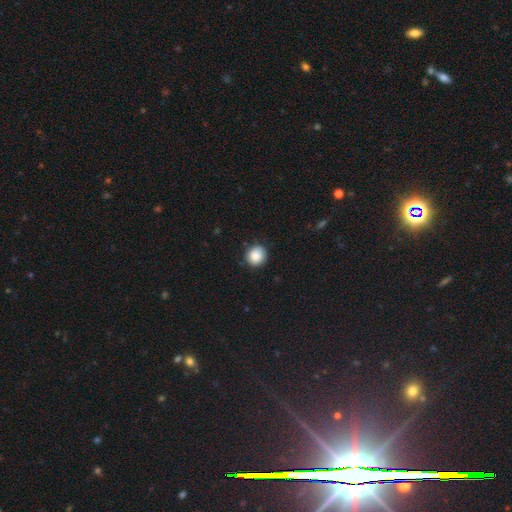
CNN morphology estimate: This is clearly a smooth galaxy (86%). How rounded: clearly round (88%). Merging: clearly none (84%).